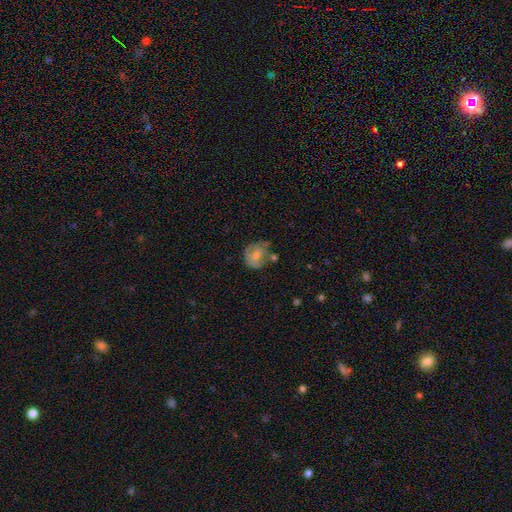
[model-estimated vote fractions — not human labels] Smooth or featured: smooth — 55% (featured or disk — 37%)
How rounded: round — 70% (in between — 29%)
Merging: none — 46% (minor disturbance — 30%)